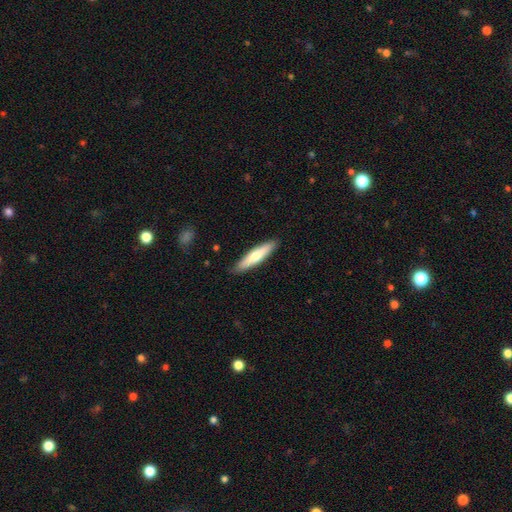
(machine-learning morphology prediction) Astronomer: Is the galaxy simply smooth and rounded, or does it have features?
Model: smooth — 67%.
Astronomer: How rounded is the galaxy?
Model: cigar-shaped — 81%.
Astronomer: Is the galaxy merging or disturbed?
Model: none — 89%.